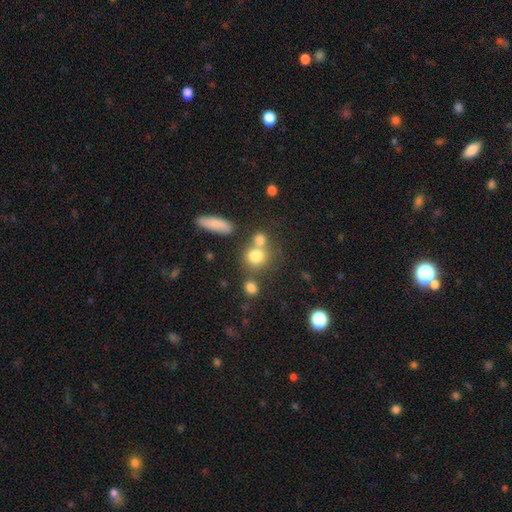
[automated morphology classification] smooth 76%, star or artifact 13%, featured or disk 11%. Down the decision tree: how rounded — round (75%); merging — none (49%).